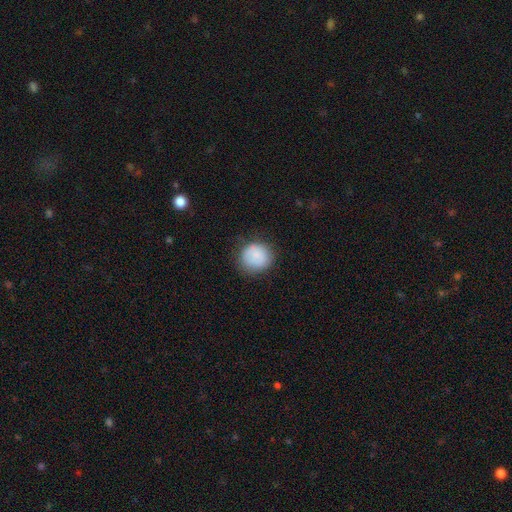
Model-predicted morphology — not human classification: The model was most divided on "merging": none: 80%, minor disturbance: 14%, major disturbance: 4%, merger: 1%. More confident: how rounded — round (89%); smooth or featured — smooth (85%).